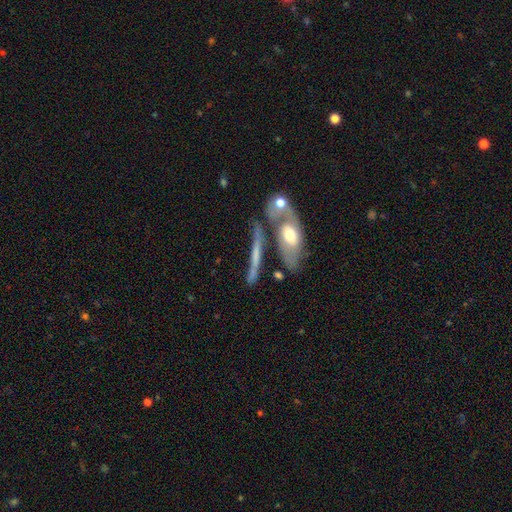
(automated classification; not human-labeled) A featured or disk galaxy (54%) viewed edge-on (68%).

Vote fractions:
- Smooth or featured? featured or disk: 54% / smooth: 38% / star or artifact: 8%
- Edge-on disk? yes: 68% / no: 32%
- Merging? none: 51% / merger: 29% / minor disturbance: 14% / major disturbance: 7%